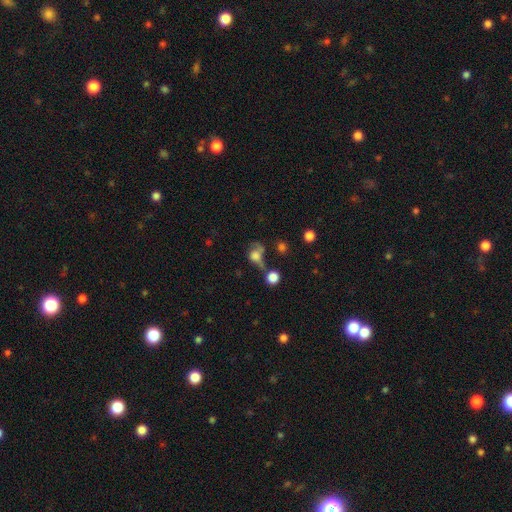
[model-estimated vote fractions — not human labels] Smooth or featured? smooth (59%)
How rounded? round (62%)
Merging? major disturbance (32%)